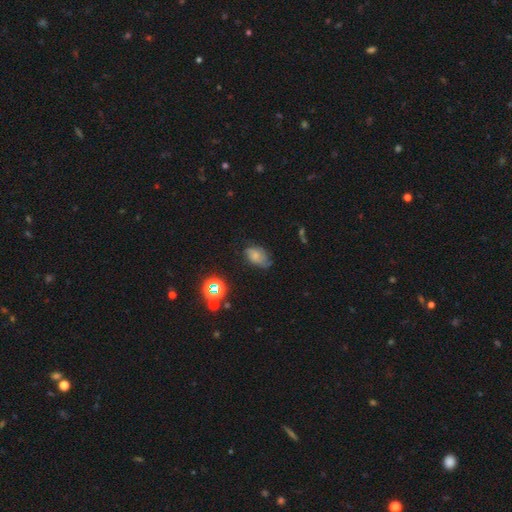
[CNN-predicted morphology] type=smooth (49%); merging=none (53%).